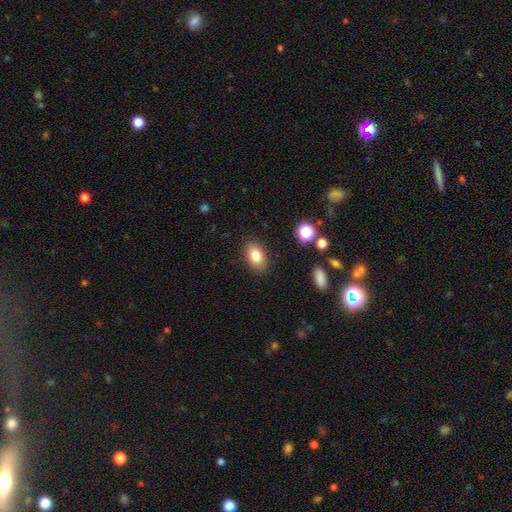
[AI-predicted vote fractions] smooth-or-featured: smooth: 81% | star or artifact: 9% | featured or disk: 9%
  how-rounded: in between: 85% | round: 13% | cigar-shaped: 2%
  merging: none: 87% | minor disturbance: 9% | major disturbance: 3% | merger: 1%